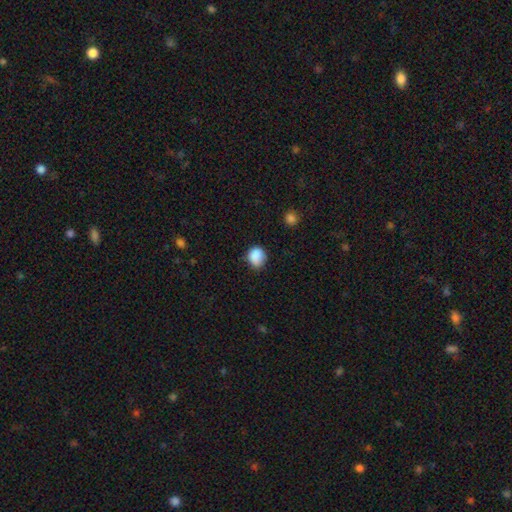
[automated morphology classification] Smooth or featured: smooth — 87% (star or artifact — 9%)
How rounded: round — 67% (in between — 32%)
Merging: none — 67% (minor disturbance — 26%)